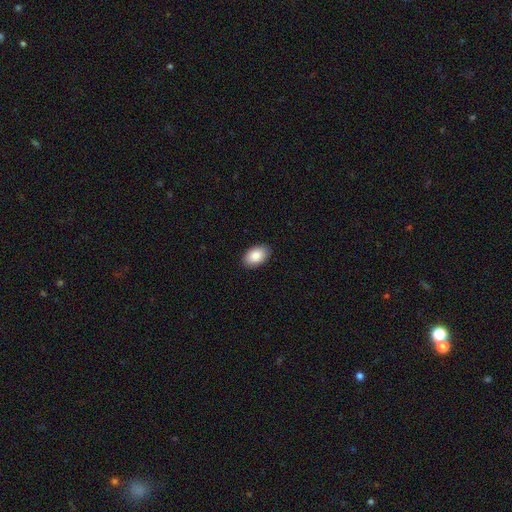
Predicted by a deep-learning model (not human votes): Morphology: type=smooth (88%); roundness=in between (92%); merging=none (90%).